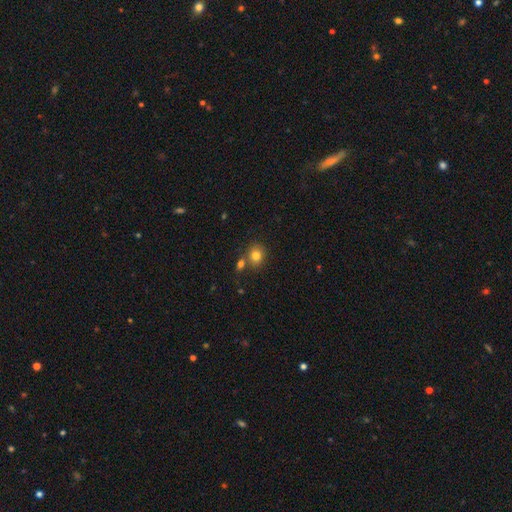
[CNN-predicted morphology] A smooth galaxy with no disk features (80%) that is round (71%).

Vote fractions:
- Smooth or featured? smooth: 80% / star or artifact: 11% / featured or disk: 9%
- How rounded? round: 71% / in between: 28% / cigar-shaped: 1%
- Merging? none: 66% / merger: 21% / minor disturbance: 10% / major disturbance: 3%